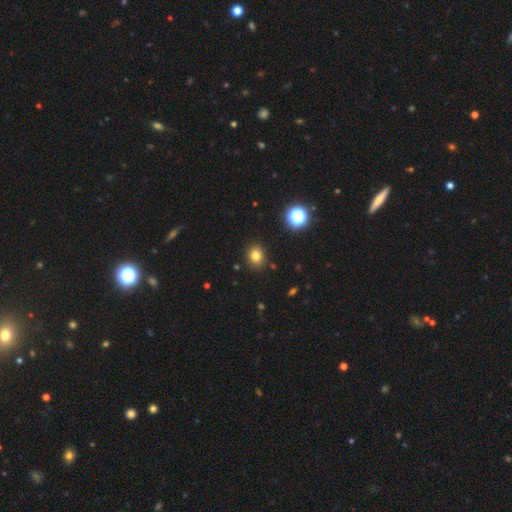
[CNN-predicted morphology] smooth 79%, star or artifact 14%, featured or disk 7%. Down the decision tree: how rounded — round (65%); merging — none (88%).